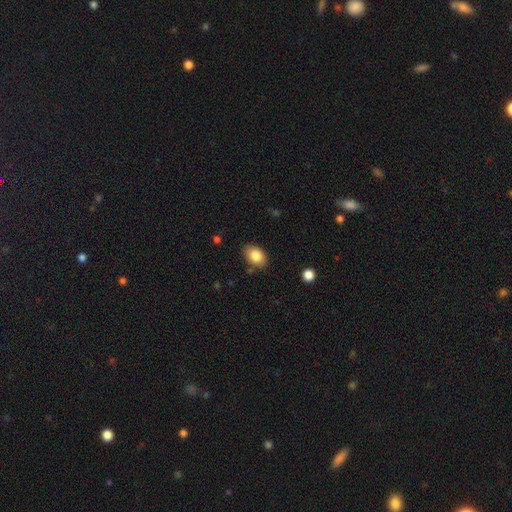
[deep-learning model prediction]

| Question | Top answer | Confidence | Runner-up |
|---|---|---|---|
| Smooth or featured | smooth | 83% | featured or disk (9%) |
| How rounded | in between | 82% | round (17%) |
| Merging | none | 81% | minor disturbance (14%) |